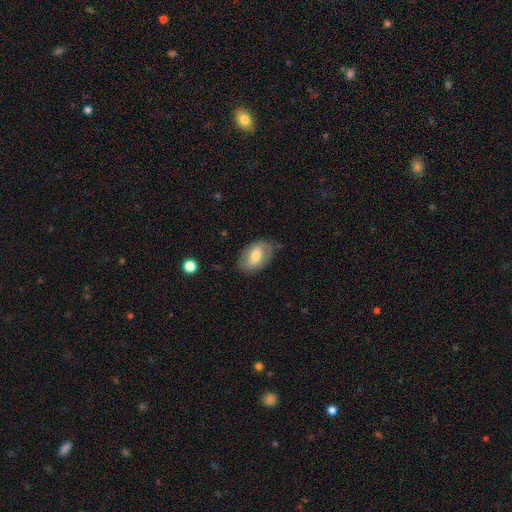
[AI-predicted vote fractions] Q: Smooth or featured?
A: smooth (47%); runner-up: featured or disk (46%)
Q: Merging?
A: none (70%); runner-up: minor disturbance (22%)